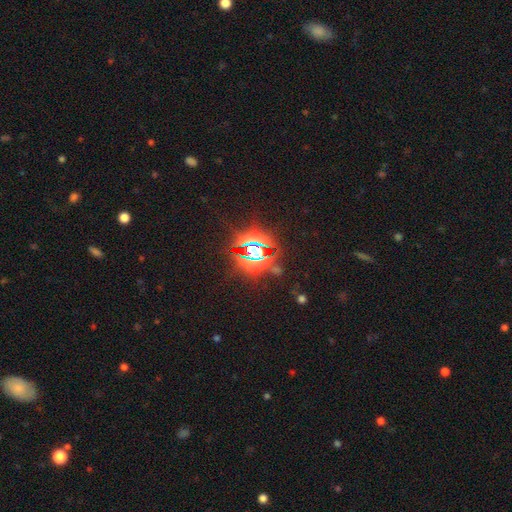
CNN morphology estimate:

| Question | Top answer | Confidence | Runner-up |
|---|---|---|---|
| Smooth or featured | star or artifact | 86% | smooth (8%) |